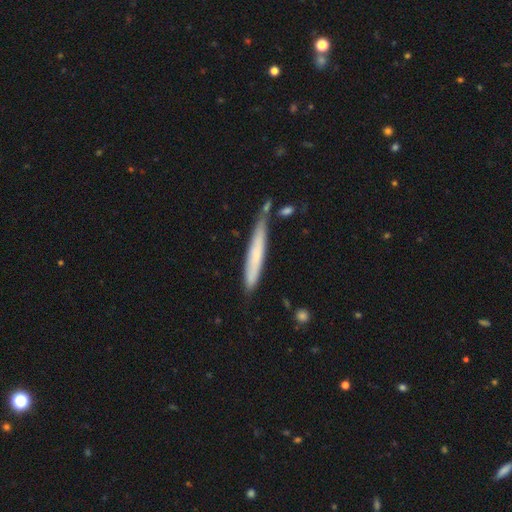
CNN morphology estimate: Q: Smooth or featured?
A: smooth (61%); runner-up: featured or disk (33%)
Q: How rounded?
A: cigar-shaped (95%); runner-up: in between (4%)
Q: Merging?
A: none (68%); runner-up: minor disturbance (20%)